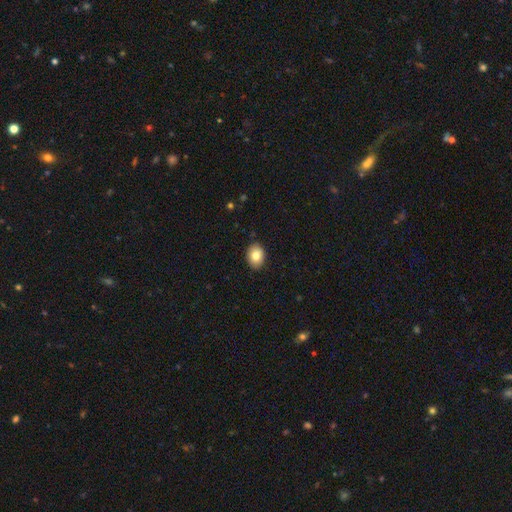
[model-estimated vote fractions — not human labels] smooth-or-featured: smooth: 82% | featured or disk: 10% | star or artifact: 8%
  how-rounded: in between: 69% | round: 30% | cigar-shaped: 1%
  merging: none: 88% | minor disturbance: 9% | major disturbance: 2% | merger: 1%